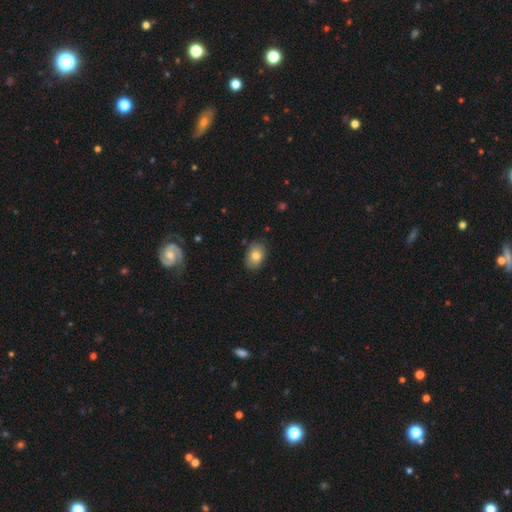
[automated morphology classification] The model was most divided on "how rounded": in between: 82%, round: 17%, cigar-shaped: 1%. More confident: merging — none (82%); smooth or featured — smooth (82%).